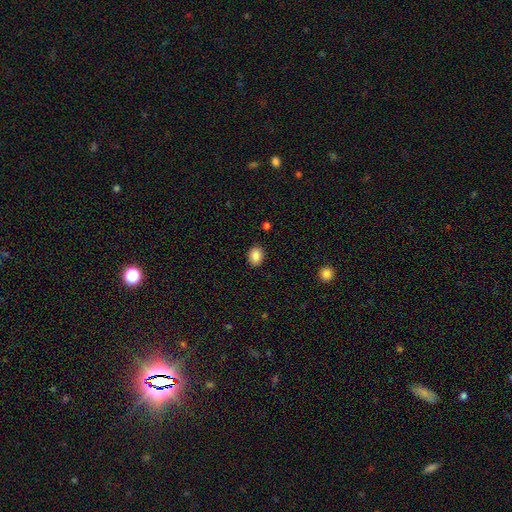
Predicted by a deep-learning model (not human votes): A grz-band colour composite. It shows a smooth galaxy with no disk features (86%) that is in between round and cigar-shaped (59%). Merging: none (89%).